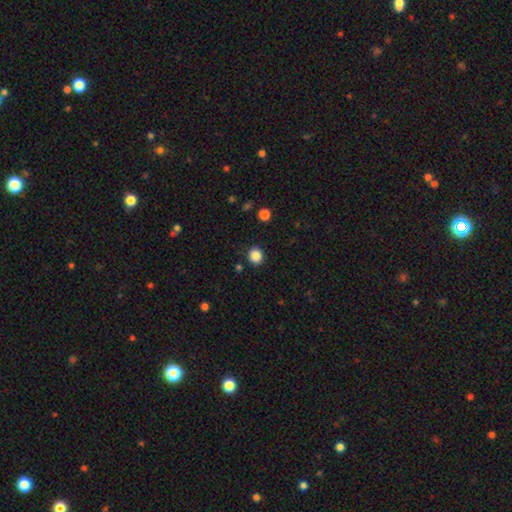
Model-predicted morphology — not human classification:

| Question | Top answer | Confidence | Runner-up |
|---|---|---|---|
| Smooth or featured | smooth | 87% | star or artifact (10%) |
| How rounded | round | 80% | in between (19%) |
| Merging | none | 88% | minor disturbance (8%) |